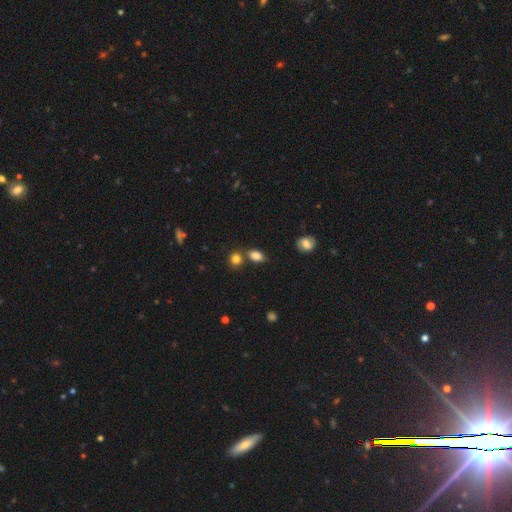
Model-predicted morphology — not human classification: The model was most divided on "merging": none: 63%, merger: 19%, minor disturbance: 14%, major disturbance: 4%. More confident: smooth or featured — smooth (84%); how rounded — in between (78%).